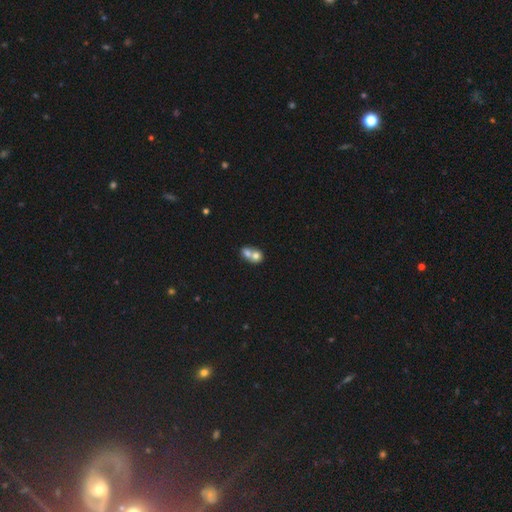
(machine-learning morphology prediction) Smooth or featured? Predicted: smooth (p=0.69). How rounded? Predicted: round (p=0.58). Merging? Predicted: merger (p=0.73).